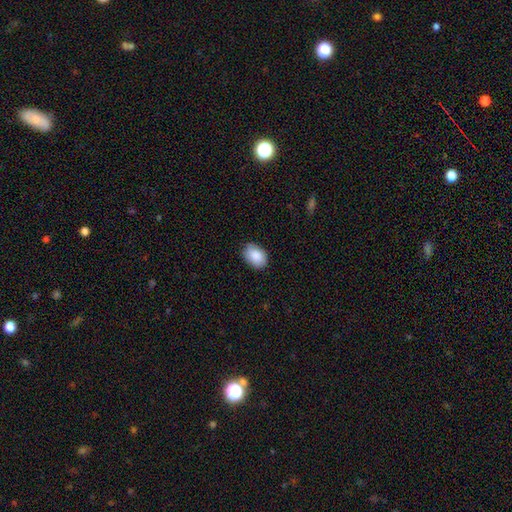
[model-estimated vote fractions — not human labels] This is clearly a smooth galaxy (87%). How rounded: clearly in between (84%). Merging: clearly none (83%).